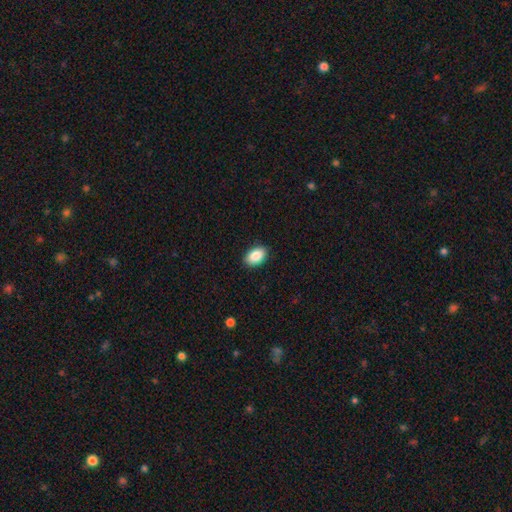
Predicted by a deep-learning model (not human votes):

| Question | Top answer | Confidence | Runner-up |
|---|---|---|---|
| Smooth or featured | smooth | 88% | star or artifact (7%) |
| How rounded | in between | 91% | round (8%) |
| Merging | none | 89% | minor disturbance (8%) |